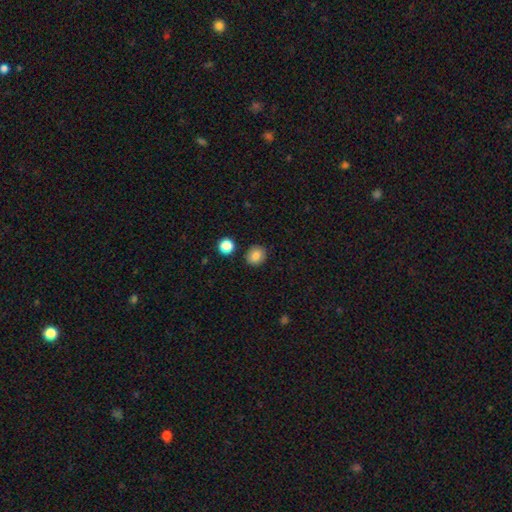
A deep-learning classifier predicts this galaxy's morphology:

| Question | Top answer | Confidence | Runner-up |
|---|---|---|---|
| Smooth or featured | smooth | 84% | star or artifact (10%) |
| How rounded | round | 78% | in between (21%) |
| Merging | none | 87% | minor disturbance (8%) |